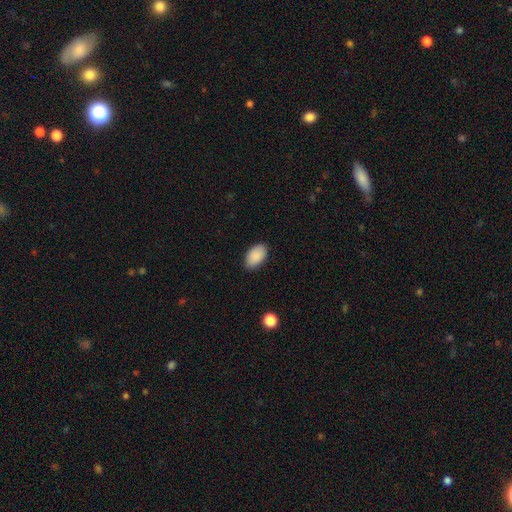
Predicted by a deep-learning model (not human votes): smooth 90%, star or artifact 7%, featured or disk 3%. Down the decision tree: how rounded — in between (93%); merging — none (87%).